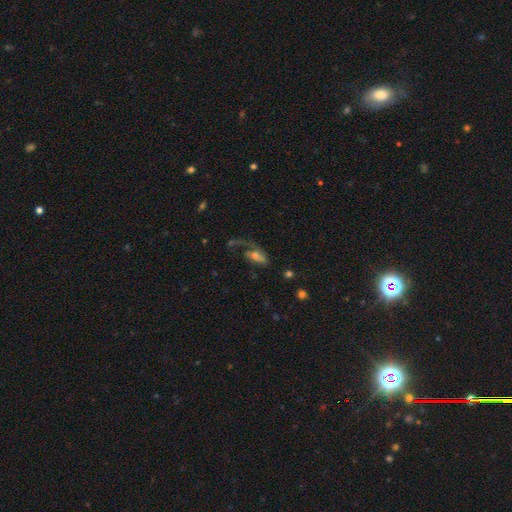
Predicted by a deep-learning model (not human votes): Morphology: type=featured or disk (48%); merging=major disturbance (49%).